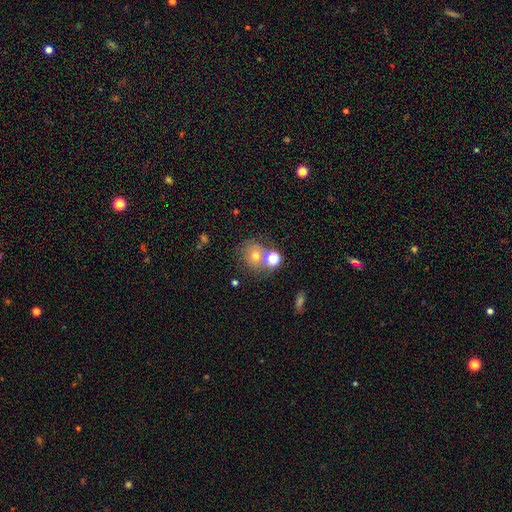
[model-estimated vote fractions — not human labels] Q: Smooth or featured?
A: smooth (64%); runner-up: featured or disk (18%)
Q: How rounded?
A: round (78%); runner-up: in between (21%)
Q: Merging?
A: none (56%); runner-up: merger (26%)